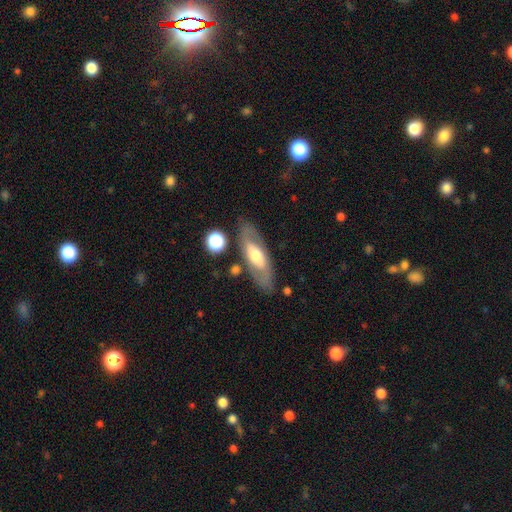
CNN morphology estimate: Q: Smooth or featured?
A: featured or disk (57%); runner-up: smooth (37%)
Q: Edge-on disk?
A: no (77%); runner-up: yes (23%)
Q: Merging?
A: none (77%); runner-up: minor disturbance (14%)